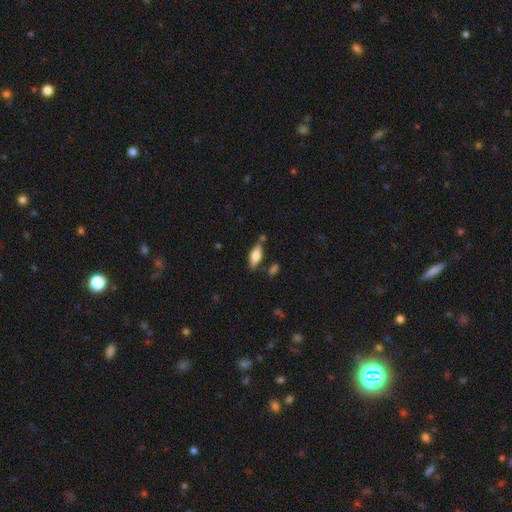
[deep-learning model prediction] smooth_or_featured: smooth (p=0.66) [alt: featured or disk p=0.28]
how_rounded: in between (p=0.69) [alt: cigar-shaped p=0.28]
merging: none (p=0.72) [alt: minor disturbance p=0.16]